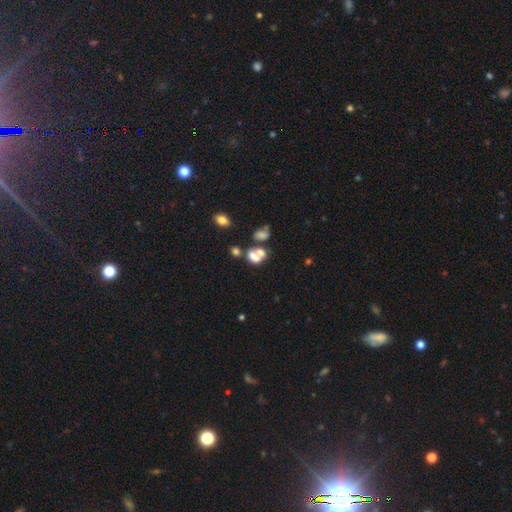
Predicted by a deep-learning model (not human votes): smooth_or_featured: smooth (p=0.61) [alt: featured or disk p=0.22]
how_rounded: in between (p=0.69) [alt: round p=0.30]
merging: merger (p=0.59) [alt: none p=0.23]